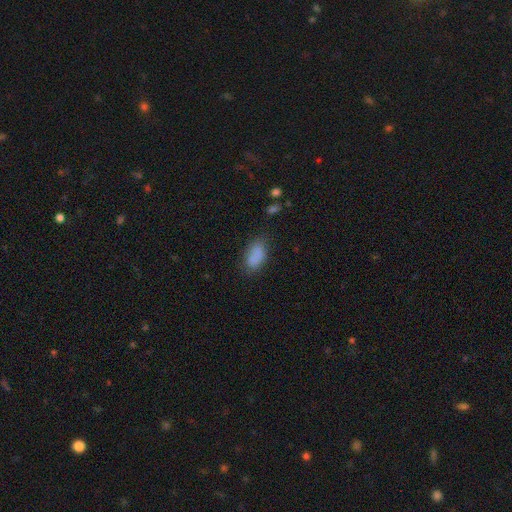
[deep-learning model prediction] This is clearly a smooth galaxy (84%). How rounded: clearly in between (92%). Merging: likely none (71%).